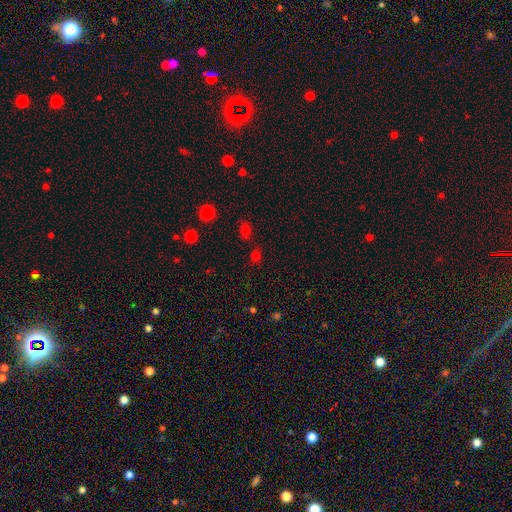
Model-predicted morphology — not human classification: Overall: smooth (58%; star or artifact 36%). How rounded: round (66%; in between 32%). Merging: none (70%).